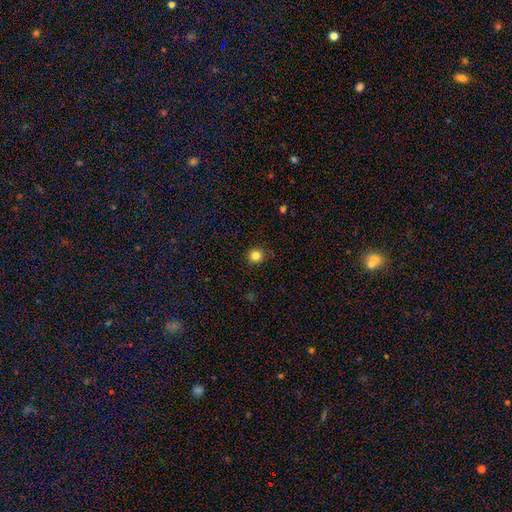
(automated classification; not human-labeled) A smooth galaxy with no disk features (83%) that is round (92%). Merging: none (88%).